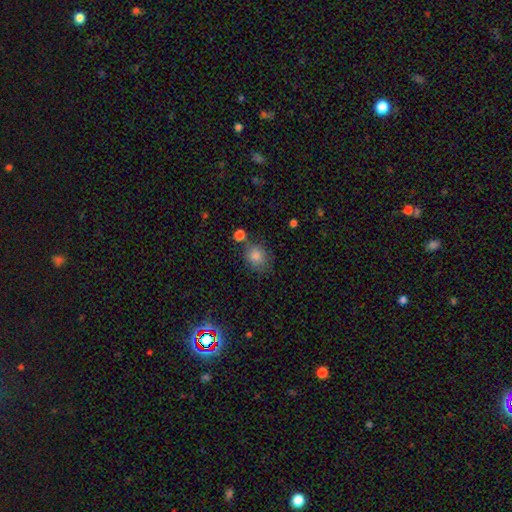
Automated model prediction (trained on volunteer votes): Q: Smooth or featured?
A: smooth (78%); runner-up: star or artifact (15%)
Q: How rounded?
A: round (60%); runner-up: in between (38%)
Q: Merging?
A: none (71%); runner-up: minor disturbance (16%)